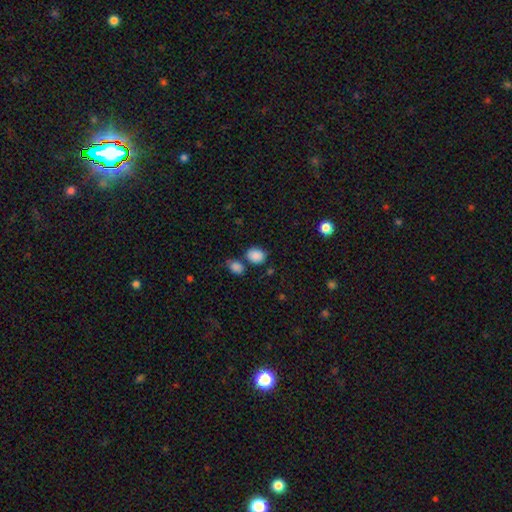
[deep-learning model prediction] A smooth galaxy with no disk features (86%) that is round (52%). Merging: none (65%).